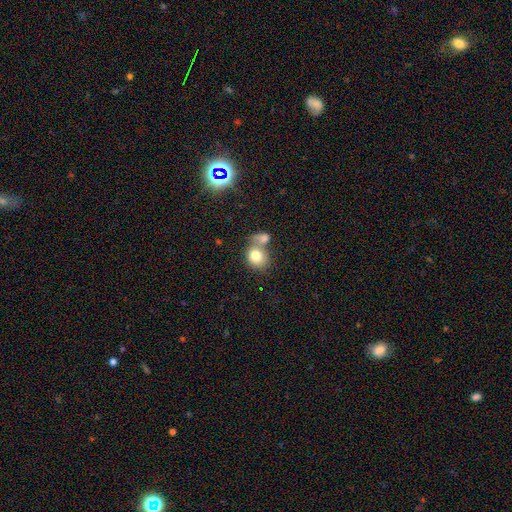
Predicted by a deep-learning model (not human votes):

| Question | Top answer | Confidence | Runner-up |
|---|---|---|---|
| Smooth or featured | smooth | 78% | featured or disk (12%) |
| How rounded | round | 68% | in between (31%) |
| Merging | merger | 50% | none (35%) |